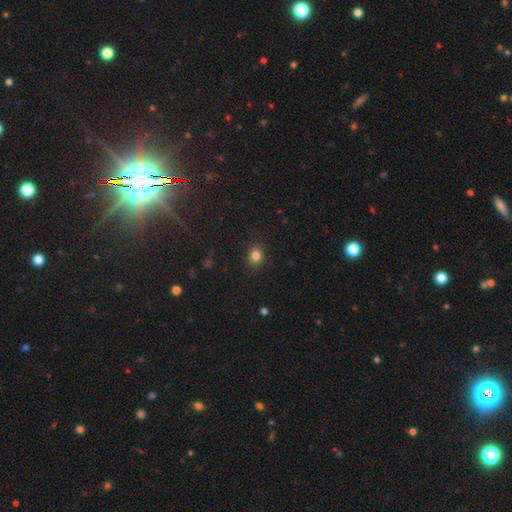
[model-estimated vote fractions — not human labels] Morphology: type=smooth (83%); roundness=round (66%); merging=none (86%).